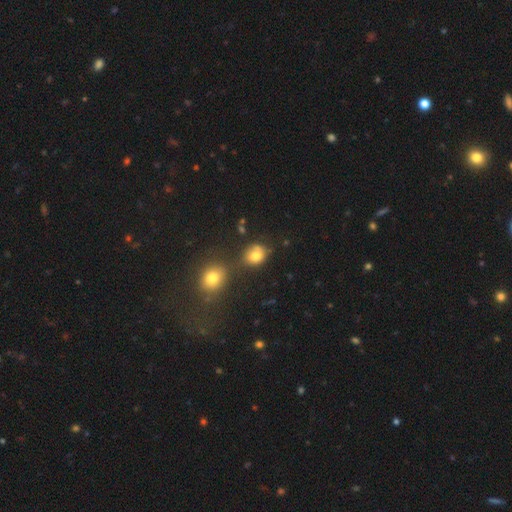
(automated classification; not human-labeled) This appears to be a smooth galaxy with no disk features (75%) that is round (59%). Merging: none (56%).